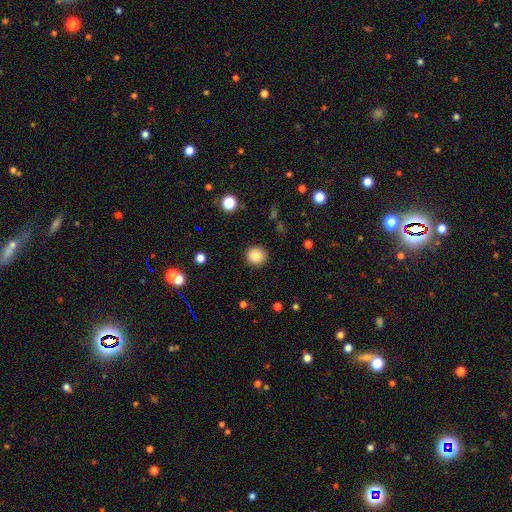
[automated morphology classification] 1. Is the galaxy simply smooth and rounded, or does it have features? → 86% smooth, 10% star or artifact, 4% featured or disk.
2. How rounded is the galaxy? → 92% round, 7% in between, 1% cigar-shaped.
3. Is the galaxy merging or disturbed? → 91% none, 5% minor disturbance, 2% major disturbance, 1% merger.